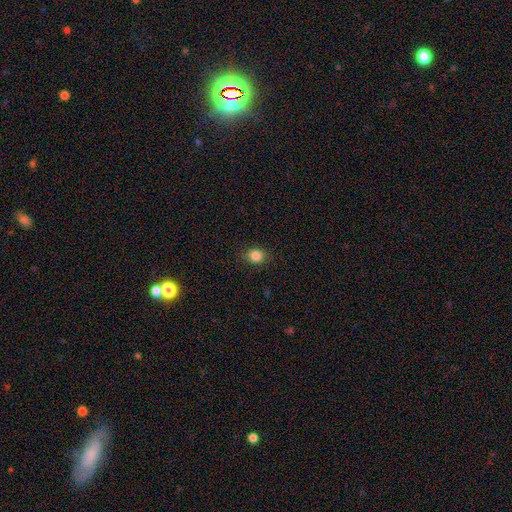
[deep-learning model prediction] smooth-or-featured: smooth: 85% | star or artifact: 11% | featured or disk: 5%
  how-rounded: round: 63% | in between: 36% | cigar-shaped: 1%
  merging: none: 87% | minor disturbance: 9% | major disturbance: 3% | merger: 1%